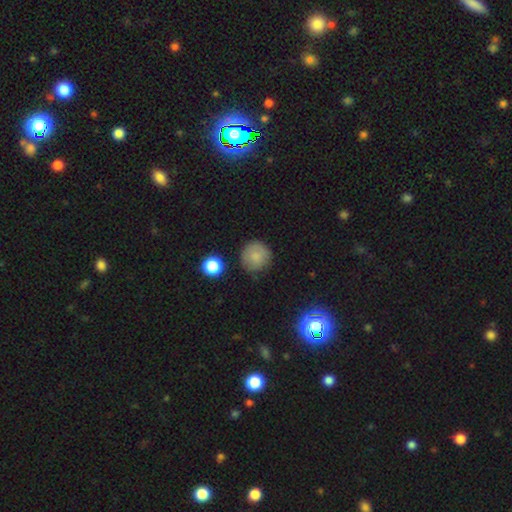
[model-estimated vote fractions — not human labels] This appears to be a smooth galaxy with no disk features (82%) that is round (94%). Merging: none (82%).